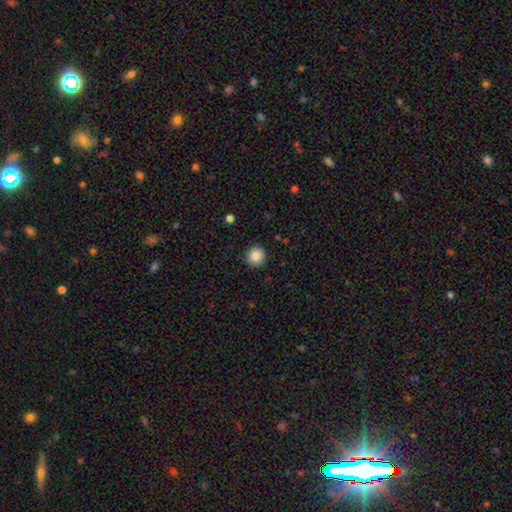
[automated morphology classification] A smooth galaxy with no disk features (86%) that is round (93%).

Vote fractions:
- Smooth or featured? smooth: 86% / star or artifact: 9% / featured or disk: 5%
- How rounded? round: 93% / in between: 6% / cigar-shaped: 1%
- Merging? none: 91% / minor disturbance: 6% / major disturbance: 2% / merger: 1%